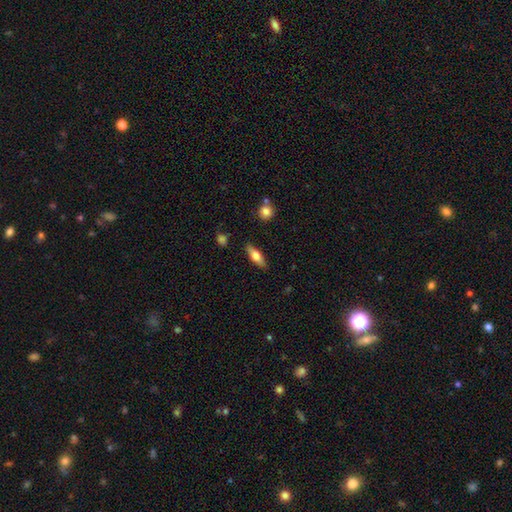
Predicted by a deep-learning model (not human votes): Overall: smooth (65%; featured or disk 28%). How rounded: in between (58%; cigar-shaped 39%). Merging: none (86%).